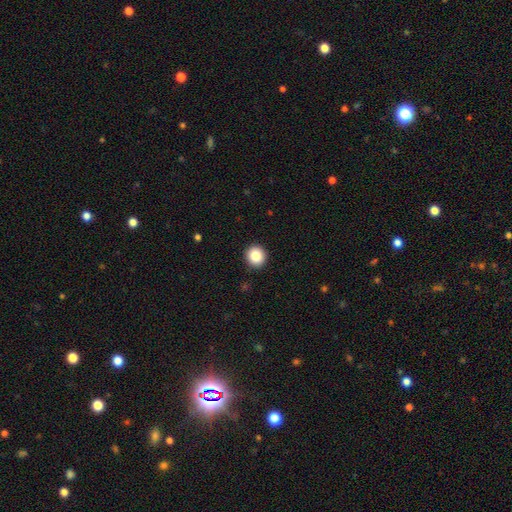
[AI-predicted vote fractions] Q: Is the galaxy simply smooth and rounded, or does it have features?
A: smooth — 85%.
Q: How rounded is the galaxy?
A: round — 92%.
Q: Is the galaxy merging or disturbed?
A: none — 93%.